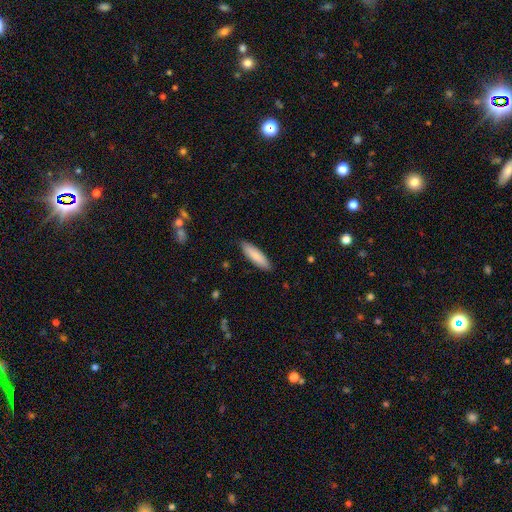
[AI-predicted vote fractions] A smooth galaxy with no disk features (83%) that is cigar-shaped (60%).

Vote fractions:
- Smooth or featured? smooth: 83% / featured or disk: 12% / star or artifact: 5%
- How rounded? cigar-shaped: 60% / in between: 38% / round: 1%
- Merging? none: 88% / minor disturbance: 9% / major disturbance: 2% / merger: 1%